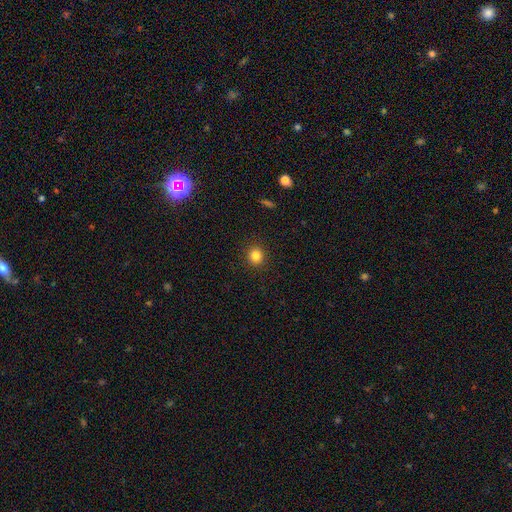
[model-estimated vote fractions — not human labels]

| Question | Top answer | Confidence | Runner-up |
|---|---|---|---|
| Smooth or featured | smooth | 83% | star or artifact (12%) |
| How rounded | round | 88% | in between (11%) |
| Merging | none | 92% | minor disturbance (5%) |